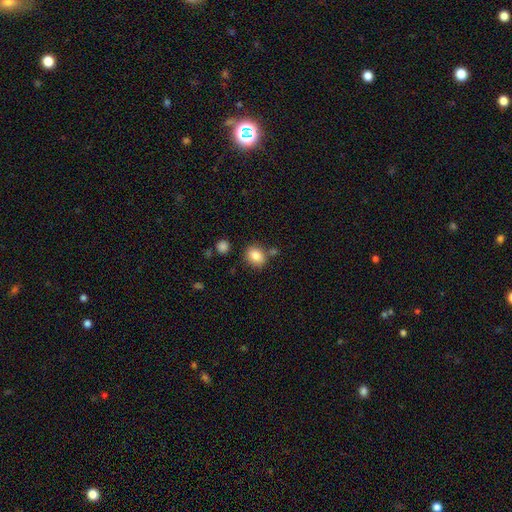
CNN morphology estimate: Smooth or featured? Predicted: smooth (p=0.83). How rounded? Predicted: round (p=0.52). Merging? Predicted: none (p=0.75).